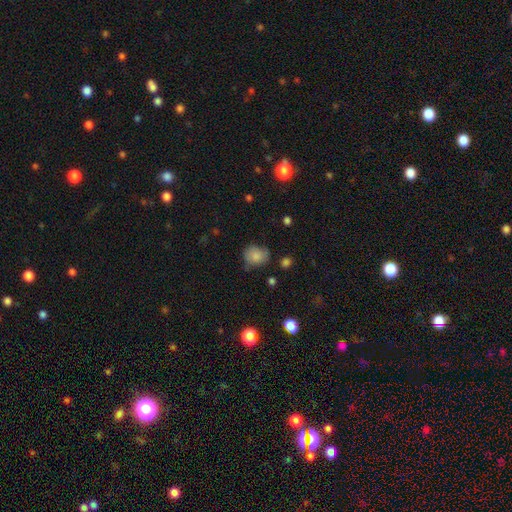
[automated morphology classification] The model was most divided on "how rounded": round: 62%, in between: 37%, cigar-shaped: 1%. More confident: smooth or featured — smooth (78%); merging — none (59%).